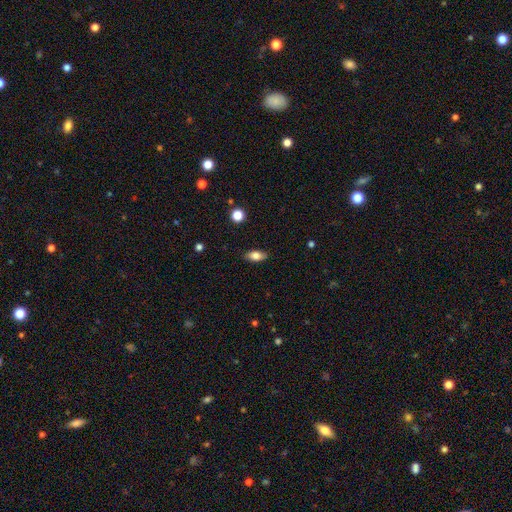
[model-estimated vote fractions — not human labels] This is likely a smooth galaxy (79%). How rounded: clearly in between (87%). Merging: clearly none (87%).